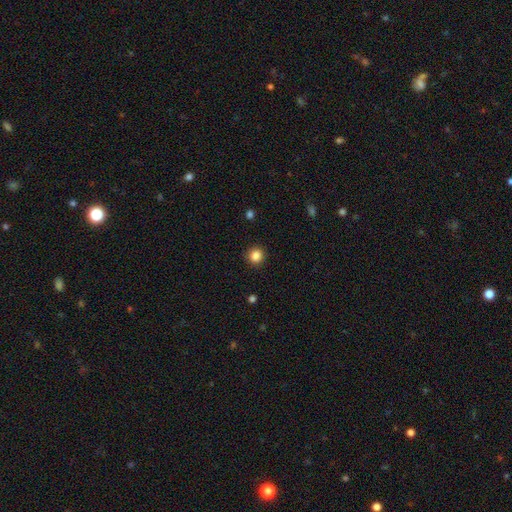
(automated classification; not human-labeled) Overall: smooth (86%). How rounded: round (93%). Merging: none (91%).